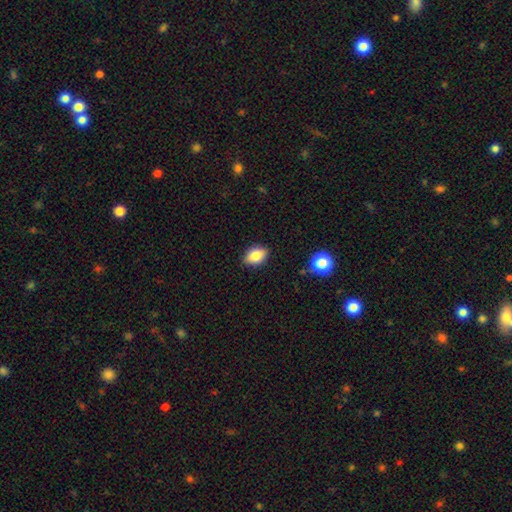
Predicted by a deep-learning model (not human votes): Smooth or featured? smooth (80%)
How rounded? in between (81%)
Merging? none (85%)